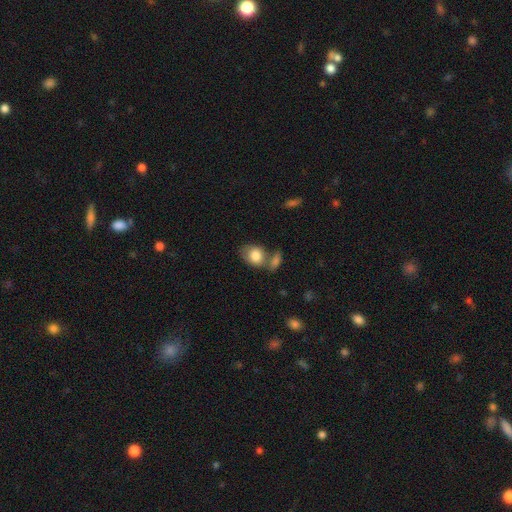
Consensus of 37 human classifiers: smooth-or-featured: smooth: 89% | featured or disk: 8% | star or artifact: 3%
  how-rounded: in between: 67% | round: 33% | cigar-shaped: 0%
  merging: merger: 39% | none: 31% | minor disturbance: 19% | major disturbance: 11%